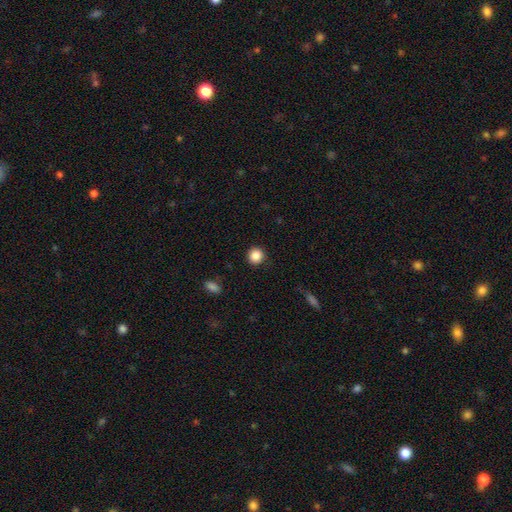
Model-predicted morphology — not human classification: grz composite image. It shows a smooth galaxy with no disk features (87%) that is round (93%). Merging: none (90%).